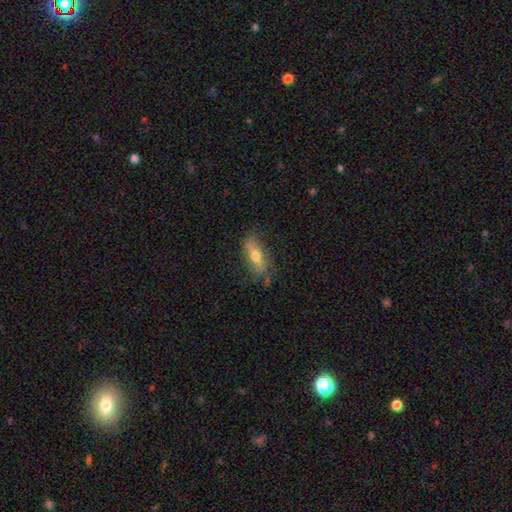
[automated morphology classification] smooth 52%, featured or disk 40%, star or artifact 7%. Down the decision tree: how rounded — in between (73%); merging — none (69%).